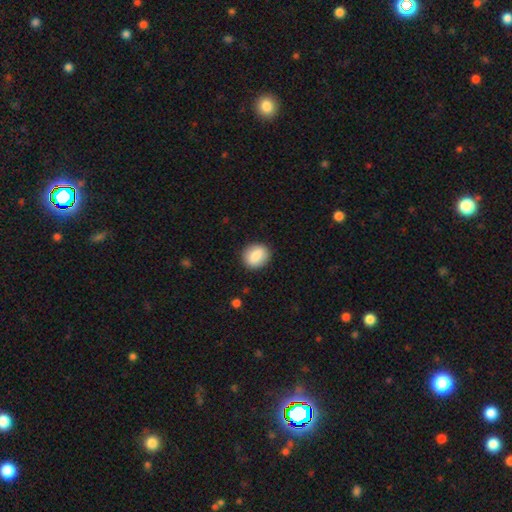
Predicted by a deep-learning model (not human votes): Smooth or featured? Predicted: smooth (p=0.85). How rounded? Predicted: round (p=0.61). Merging? Predicted: none (p=0.87).